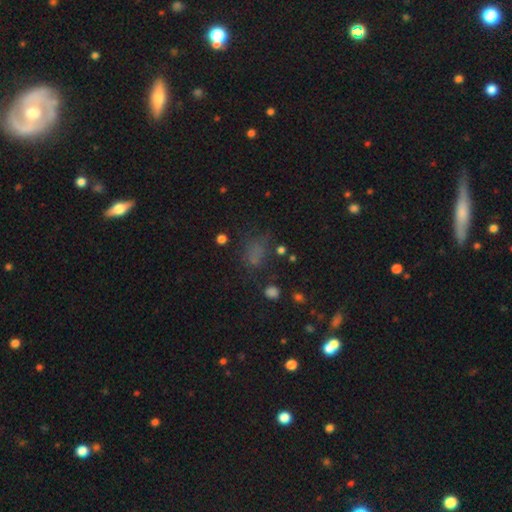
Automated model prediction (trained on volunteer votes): This appears to be a smooth galaxy with no disk features (52%) that is in between round and cigar-shaped (53%). Merging: none (68%).